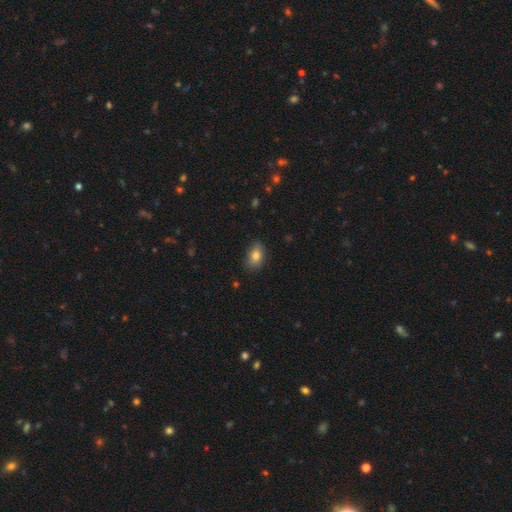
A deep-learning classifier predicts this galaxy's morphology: smooth_or_featured: smooth (p=0.82) [alt: featured or disk p=0.09]
how_rounded: in between (p=0.86) [alt: round p=0.12]
merging: none (p=0.78) [alt: minor disturbance p=0.17]